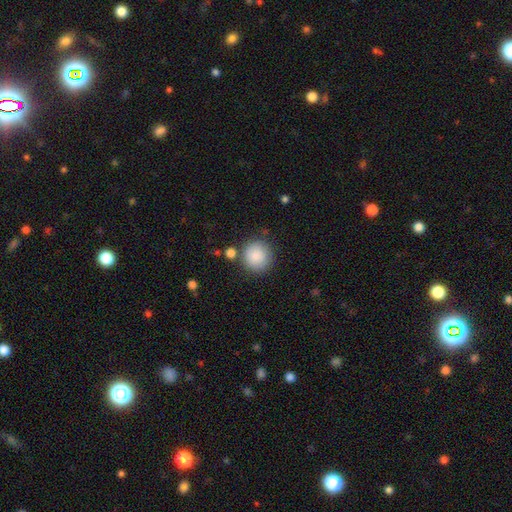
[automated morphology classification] A smooth galaxy with no disk features (88%) that is round (93%). Merging: none (82%).